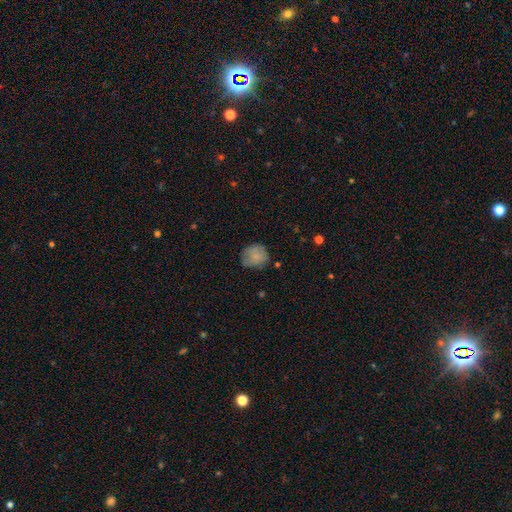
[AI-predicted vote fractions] Q: Smooth or featured?
A: smooth (71%); runner-up: featured or disk (20%)
Q: How rounded?
A: round (76%); runner-up: in between (23%)
Q: Merging?
A: none (65%); runner-up: minor disturbance (25%)